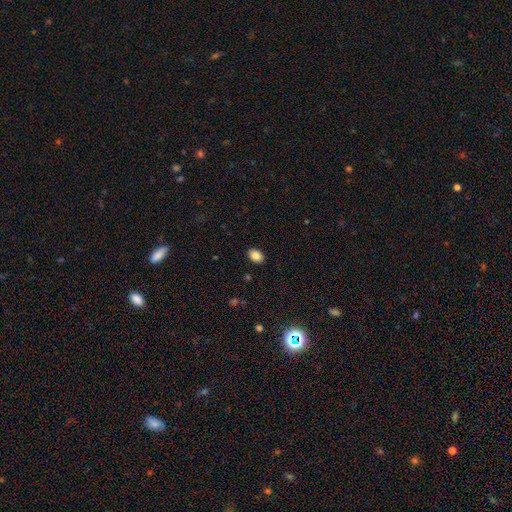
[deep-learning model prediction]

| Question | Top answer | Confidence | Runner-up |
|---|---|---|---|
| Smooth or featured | smooth | 85% | star or artifact (9%) |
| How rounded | in between | 81% | round (17%) |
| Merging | none | 89% | minor disturbance (8%) |